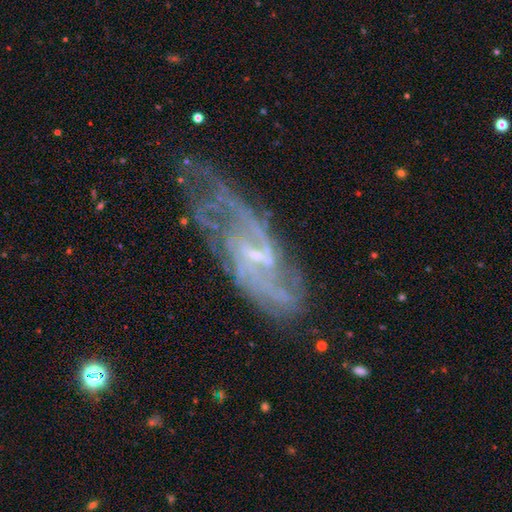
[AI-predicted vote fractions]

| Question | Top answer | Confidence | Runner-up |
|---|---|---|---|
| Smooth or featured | featured or disk | 85% | star or artifact (8%) |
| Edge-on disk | no | 89% | yes (11%) |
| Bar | weak | 53% | no (28%) |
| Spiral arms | yes | 92% | no (8%) |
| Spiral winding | medium | 44% | tight (29%) |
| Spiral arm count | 2 | 38% | can't tell (31%) |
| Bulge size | small | 73% | moderate (15%) |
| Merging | none | 58% | minor disturbance (23%) |